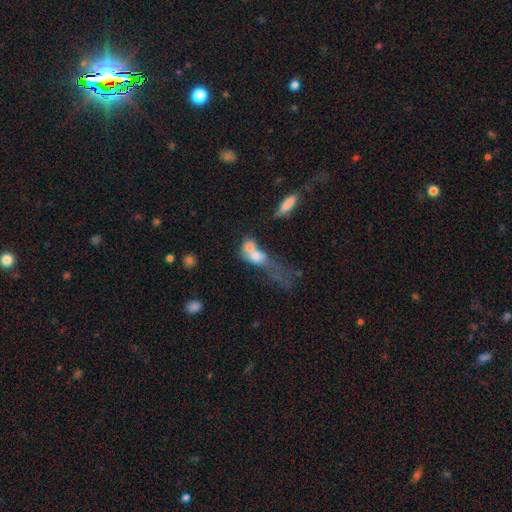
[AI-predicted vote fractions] This is likely a smooth galaxy (60%). How rounded: likely in between (63%). Merging: likely merger (61%).